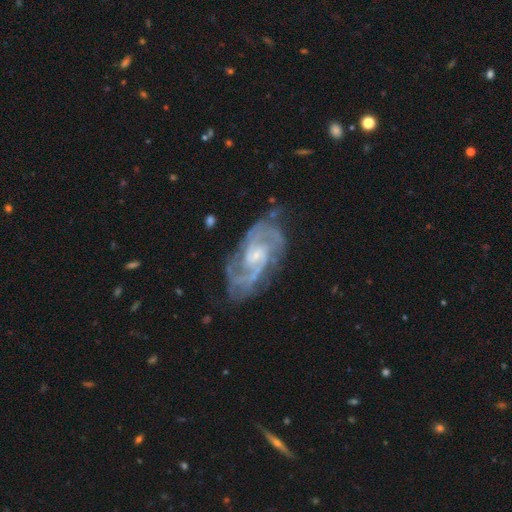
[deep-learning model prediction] Smooth or featured?
  - featured or disk: 90% *
  - star or artifact: 5%
  - smooth: 5%
Edge-on disk?
  - no: 97% *
  - yes: 3%
Bar?
  - no: 46% *
  - weak: 45%
  - strong: 9%
Spiral arms?
  - yes: 98% *
  - no: 2%
Spiral winding?
  - medium: 49% *
  - tight: 41%
  - loose: 10%
Spiral arm count?
  - 2: 66% *
  - 3: 13%
  - can't tell: 11%
  - 4: 4%
  - 1: 3%
  - more than 4: 3%
Bulge size?
  - small: 60% *
  - moderate: 28%
  - none: 9%
  - large: 2%
  - dominant: 1%
Merging?
  - none: 71% *
  - minor disturbance: 19%
  - major disturbance: 9%
  - merger: 2%